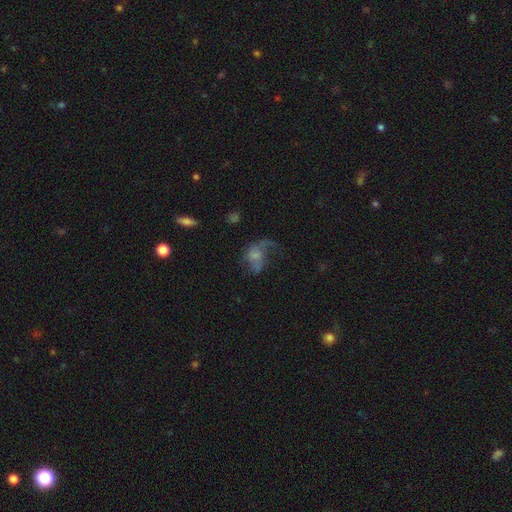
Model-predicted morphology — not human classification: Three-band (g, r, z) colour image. It shows a featured or disk galaxy (49%). Merging: major disturbance (51%).